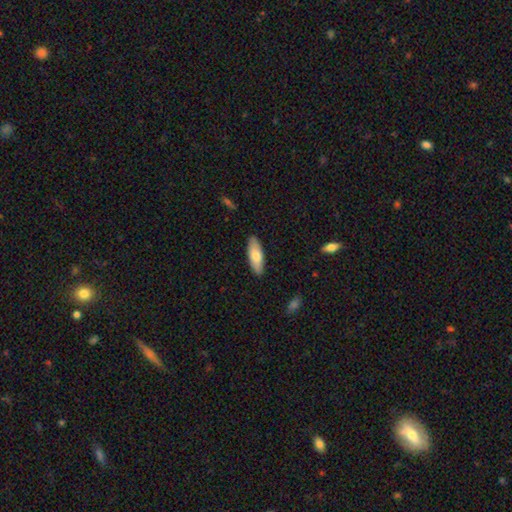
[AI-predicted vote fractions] A smooth galaxy with no disk features (74%) that is in between round and cigar-shaped (67%). Merging: none (89%).